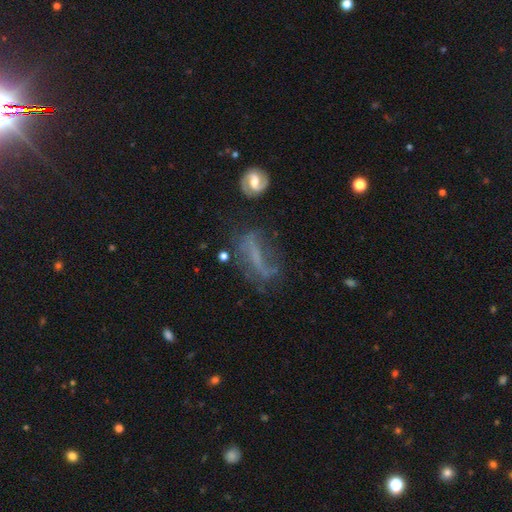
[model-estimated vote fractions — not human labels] A featured or disk galaxy (52%).

Vote fractions:
- Smooth or featured? featured or disk: 52% / smooth: 31% / star or artifact: 17%
- Edge-on disk? no: 78% / yes: 22%
- Merging? none: 42% / major disturbance: 29% / minor disturbance: 23% / merger: 6%